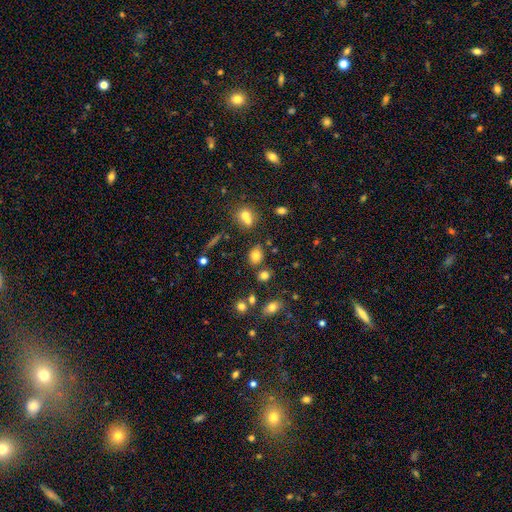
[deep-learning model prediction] A smooth galaxy with no disk features (75%) that is in between round and cigar-shaped (56%).

Vote fractions:
- Smooth or featured? smooth: 75% / star or artifact: 15% / featured or disk: 10%
- How rounded? in between: 56% / round: 43% / cigar-shaped: 2%
- Merging? none: 74% / minor disturbance: 12% / merger: 10% / major disturbance: 4%